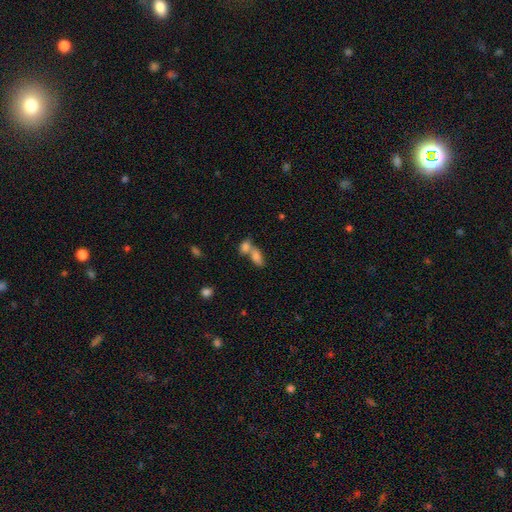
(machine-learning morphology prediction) smooth_or_featured: smooth (p=0.79) [alt: featured or disk p=0.12]
how_rounded: in between (p=0.85) [alt: cigar-shaped p=0.08]
merging: merger (p=0.64) [alt: none p=0.25]